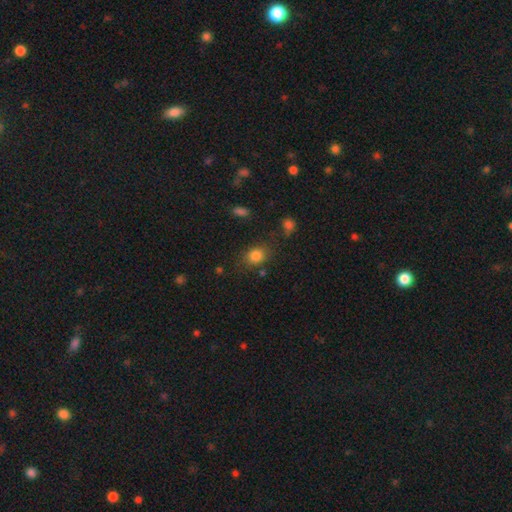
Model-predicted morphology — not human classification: A smooth galaxy with no disk features (82%) that is in between round and cigar-shaped (52%). Merging: none (75%).